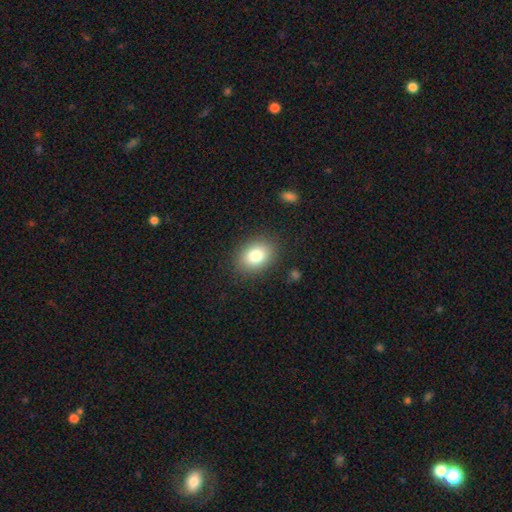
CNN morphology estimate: smooth 81%, featured or disk 10%, star or artifact 10%. Down the decision tree: how rounded — in between (62%); merging — none (86%).